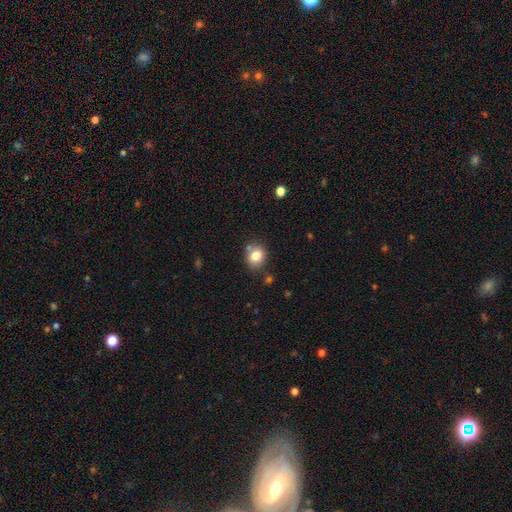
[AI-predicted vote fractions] Smooth or featured: smooth — 81% (star or artifact — 10%)
How rounded: round — 64% (in between — 35%)
Merging: none — 73% (minor disturbance — 14%)